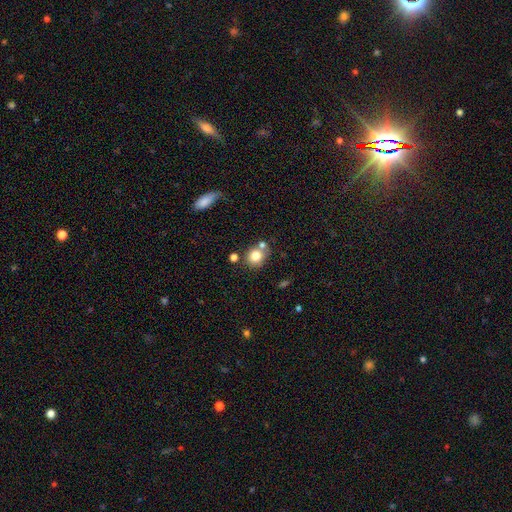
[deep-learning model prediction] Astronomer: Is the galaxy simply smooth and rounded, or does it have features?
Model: smooth — 79%.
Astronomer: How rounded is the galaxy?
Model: round — 79%.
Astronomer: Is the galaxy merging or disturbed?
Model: none — 63%.